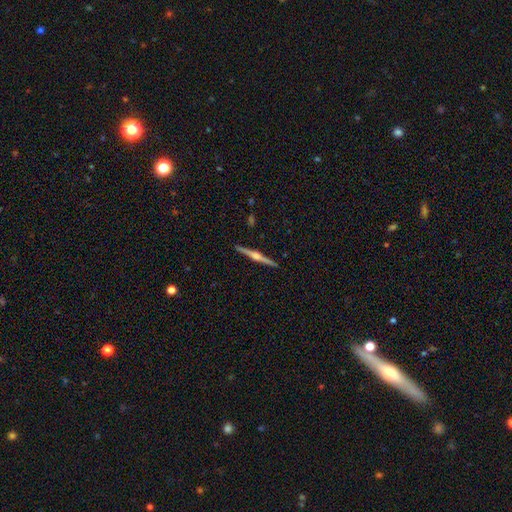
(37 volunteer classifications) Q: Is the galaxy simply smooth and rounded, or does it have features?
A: featured or disk — 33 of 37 (89%).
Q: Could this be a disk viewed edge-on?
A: yes — 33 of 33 (100%).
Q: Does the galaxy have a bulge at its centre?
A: rounded — 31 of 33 (94%).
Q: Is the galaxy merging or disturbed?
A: none — 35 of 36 (97%).